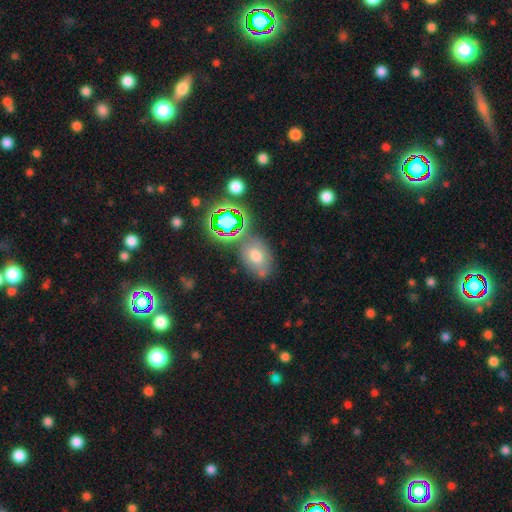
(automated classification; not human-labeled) Q: Smooth or featured?
A: smooth (58%); runner-up: star or artifact (23%)
Q: How rounded?
A: in between (75%); runner-up: round (23%)
Q: Merging?
A: none (62%); runner-up: minor disturbance (19%)